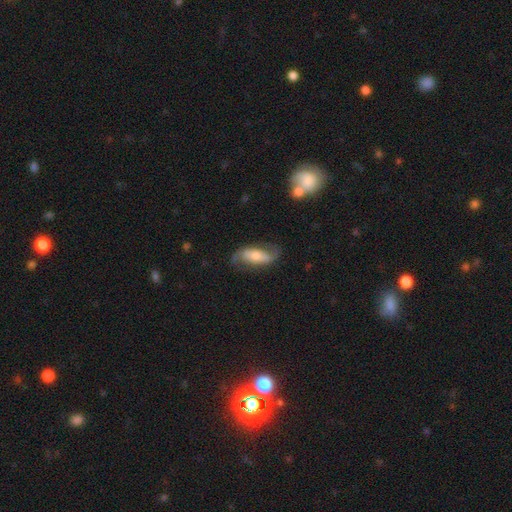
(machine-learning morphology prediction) smooth-or-featured: featured or disk: 68% | smooth: 25% | star or artifact: 7%
  disk-edge-on: no: 91% | yes: 9%
    bar: no: 40% | weak: 33% | strong: 27%
    has-spiral-arms: yes: 89% | no: 11%
      spiral-winding: loose: 49% | medium: 36% | tight: 15%
      spiral-arm-count: 2: 88% | can't tell: 6% | 1: 3% | 3: 1% | 4: 1% | more than 4: 1%
    bulge-size: moderate: 50% | small: 33% | large: 11% | none: 4% | dominant: 2%
  merging: none: 70% | minor disturbance: 18% | major disturbance: 10% | merger: 2%